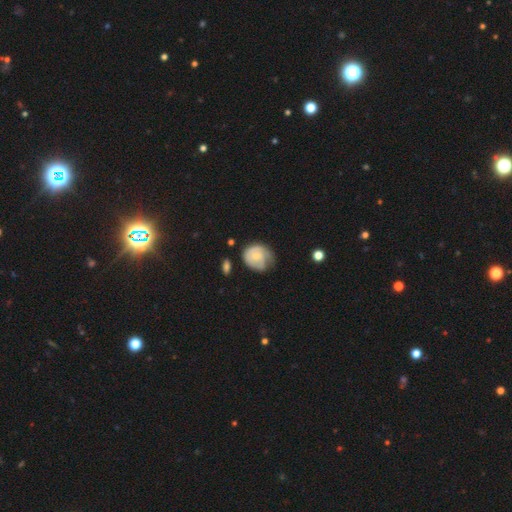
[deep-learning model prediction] Smooth or featured? Predicted: featured or disk (p=0.50). Edge-on disk? Predicted: no (p=0.97). Merging? Predicted: none (p=0.47).